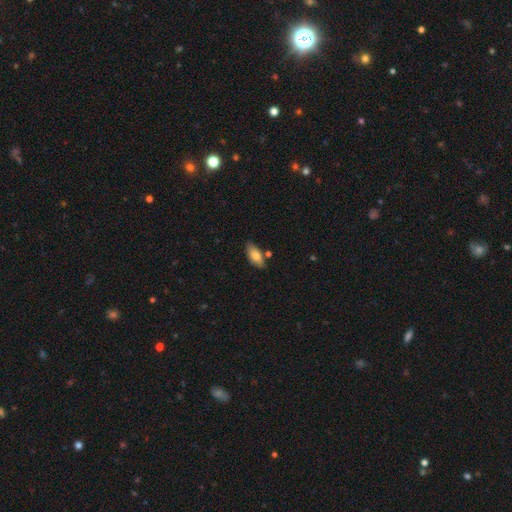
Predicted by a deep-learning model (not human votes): smooth 75%, featured or disk 18%, star or artifact 7%. Down the decision tree: how rounded — in between (87%); merging — none (76%).